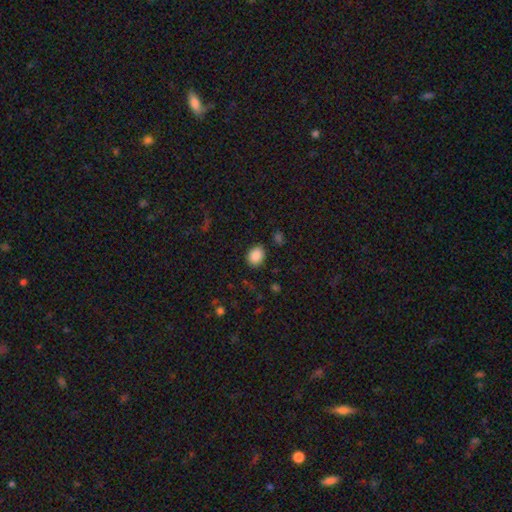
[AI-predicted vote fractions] The model was most divided on "how rounded": in between: 59%, round: 40%, cigar-shaped: 1%. More confident: smooth or featured — smooth (88%); merging — none (84%).